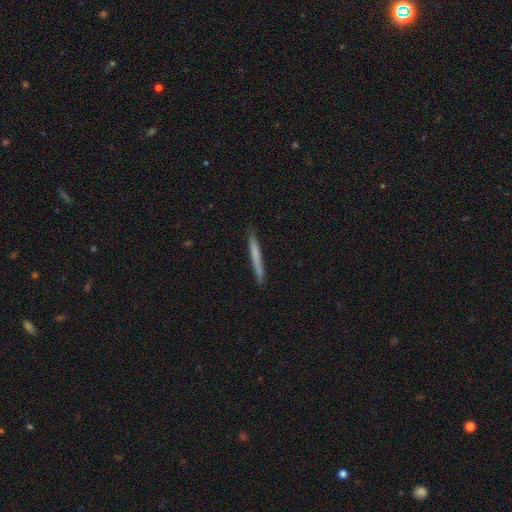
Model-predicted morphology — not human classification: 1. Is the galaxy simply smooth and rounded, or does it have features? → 66% smooth, 28% featured or disk, 6% star or artifact.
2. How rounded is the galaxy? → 97% cigar-shaped, 2% in between, 1% round.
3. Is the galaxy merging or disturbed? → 90% none, 7% minor disturbance, 1% major disturbance, 1% merger.